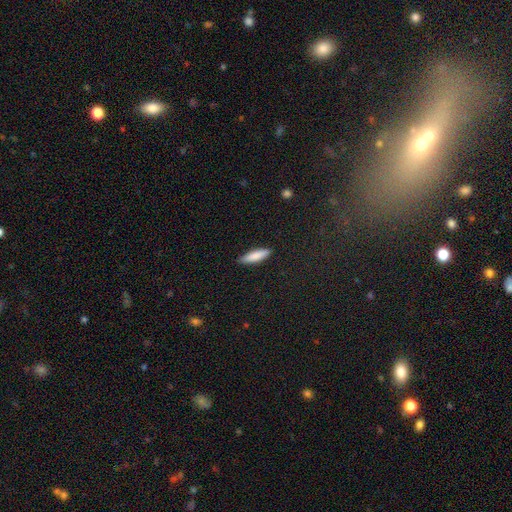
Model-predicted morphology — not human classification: type=smooth (83%); roundness=cigar-shaped (67%); merging=none (86%).